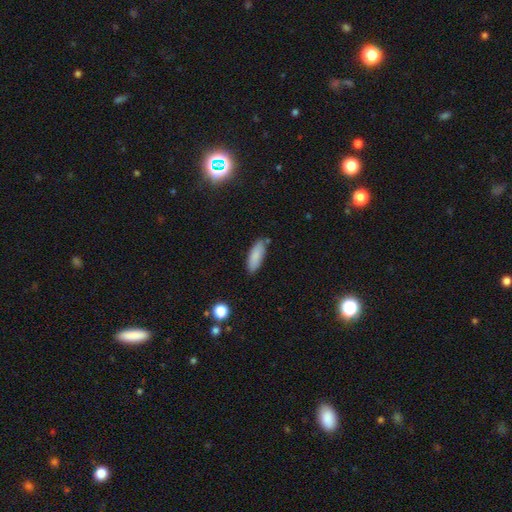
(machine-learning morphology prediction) Overall: smooth (85%). How rounded: in between (64%; cigar-shaped 34%). Merging: none (81%).